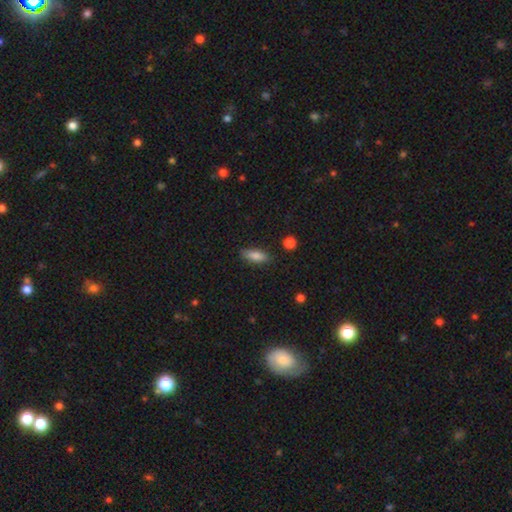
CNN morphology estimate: A smooth galaxy with no disk features (83%) that is in between round and cigar-shaped (70%).

Vote fractions:
- Smooth or featured? smooth: 83% / featured or disk: 10% / star or artifact: 7%
- How rounded? in between: 70% / cigar-shaped: 27% / round: 3%
- Merging? none: 84% / minor disturbance: 12% / major disturbance: 2% / merger: 2%